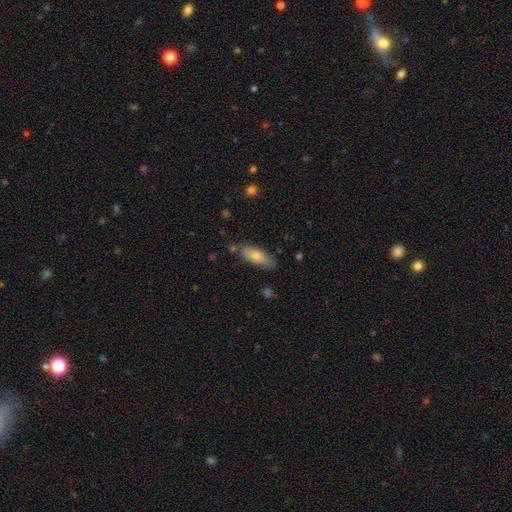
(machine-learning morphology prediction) Smooth or featured? Predicted: smooth (p=0.76). How rounded? Predicted: in between (p=0.74). Merging? Predicted: none (p=0.75).